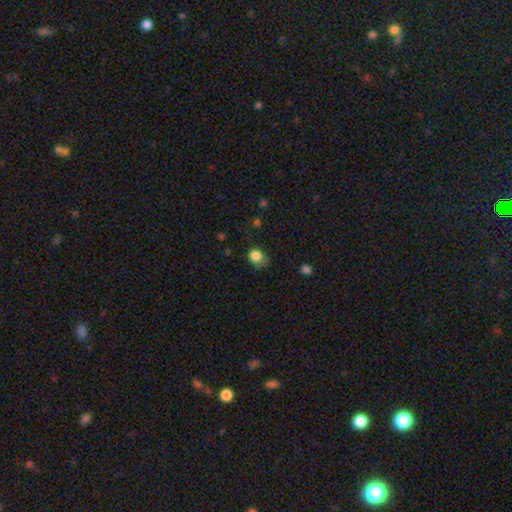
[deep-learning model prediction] This is clearly a smooth galaxy (83%). How rounded: likely round (60%). Merging: possibly none (49%).